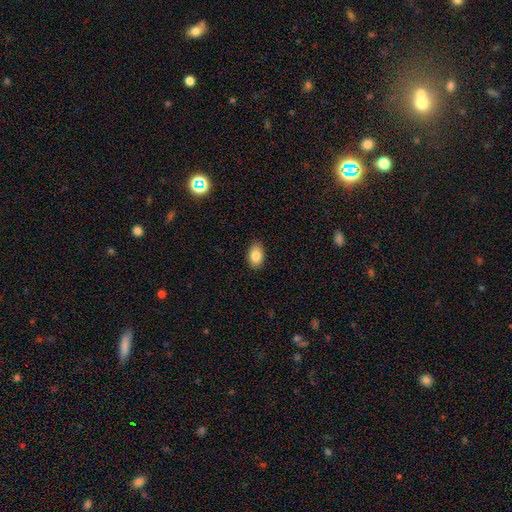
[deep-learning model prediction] The model was most divided on "smooth or featured": smooth: 85%, star or artifact: 8%, featured or disk: 7%. More confident: how rounded — in between (90%); merging — none (89%).